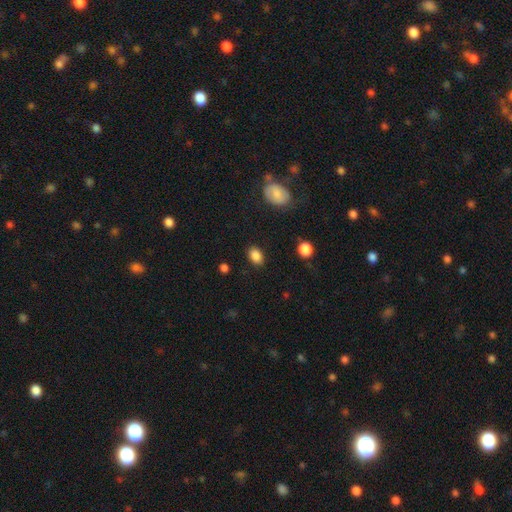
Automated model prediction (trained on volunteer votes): Smooth or featured? Predicted: smooth (p=0.86). How rounded? Predicted: in between (p=0.80). Merging? Predicted: none (p=0.87).